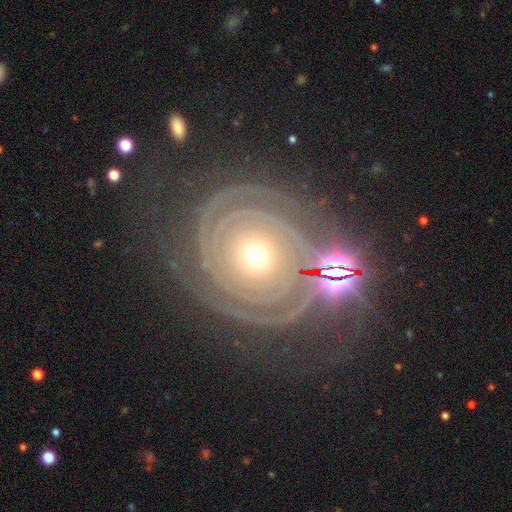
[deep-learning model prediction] Smooth or featured: featured or disk — 84% (star or artifact — 9%)
Edge-on disk: no — 96% (yes — 4%)
Bar: no — 85% (weak — 9%)
Spiral arms: yes — 94% (no — 6%)
Spiral winding: tight — 85% (medium — 11%)
Spiral arm count: 2 — 49% (can't tell — 18%)
Bulge size: moderate — 52% (small — 41%)
Merging: none — 74% (minor disturbance — 13%)